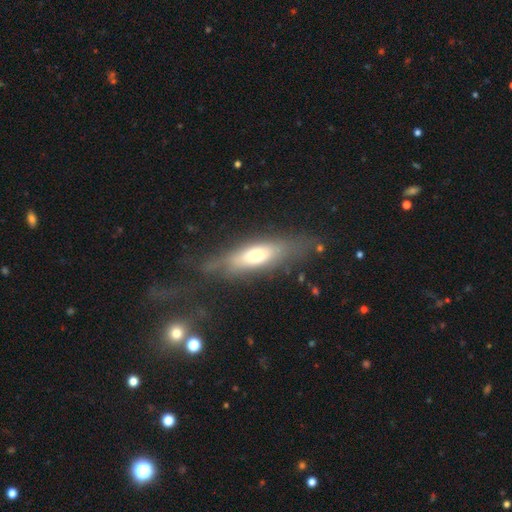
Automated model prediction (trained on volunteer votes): Overall: smooth (48%; featured or disk 45%). Merging: none (66%).